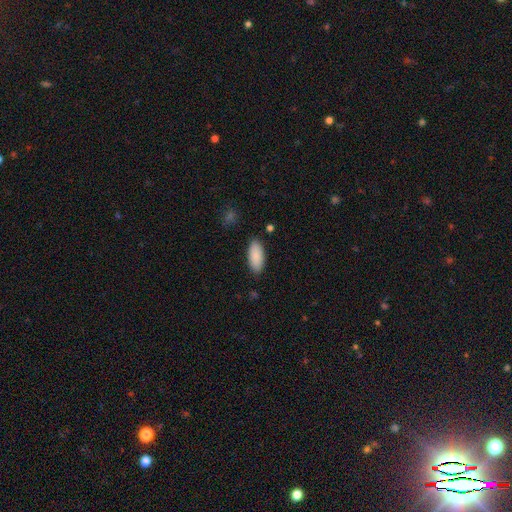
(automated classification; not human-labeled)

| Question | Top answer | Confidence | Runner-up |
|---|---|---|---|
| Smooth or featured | smooth | 88% | star or artifact (6%) |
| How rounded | in between | 88% | cigar-shaped (10%) |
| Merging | none | 86% | minor disturbance (10%) |